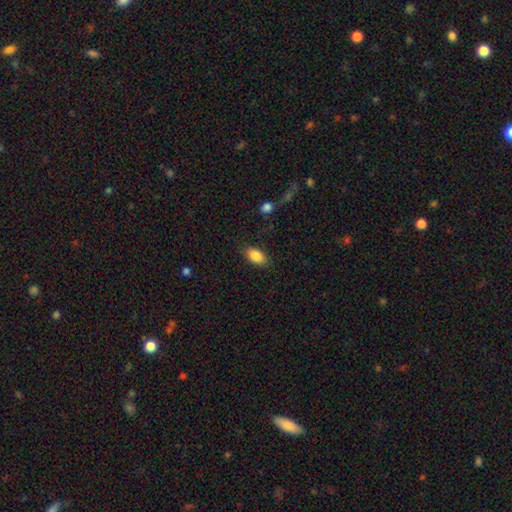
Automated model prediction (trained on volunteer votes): Smooth or featured: smooth — 86% (star or artifact — 8%)
How rounded: in between — 91% (round — 6%)
Merging: none — 83% (minor disturbance — 12%)